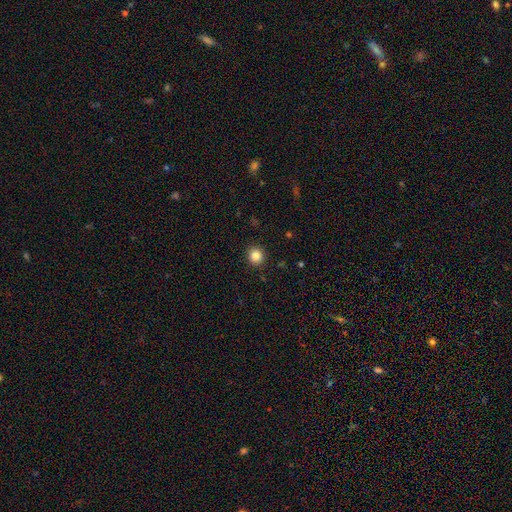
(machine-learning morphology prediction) smooth_or_featured: smooth (p=0.84) [alt: star or artifact p=0.11]
how_rounded: round (p=0.90) [alt: in between p=0.09]
merging: none (p=0.92) [alt: minor disturbance p=0.05]